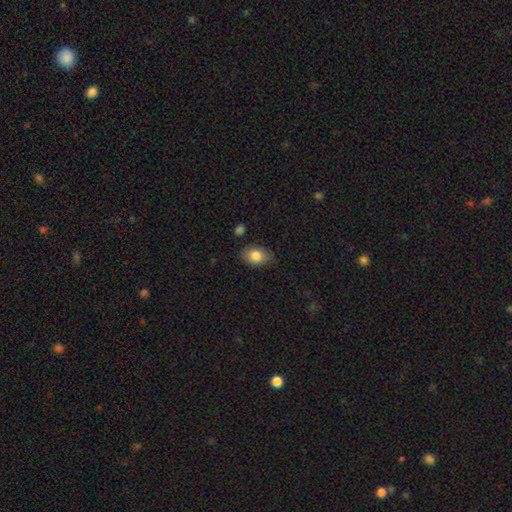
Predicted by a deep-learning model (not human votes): Smooth or featured?
  - smooth: 83% *
  - featured or disk: 9%
  - star or artifact: 8%
How rounded?
  - in between: 81% *
  - round: 18%
  - cigar-shaped: 1%
Merging?
  - none: 81% *
  - minor disturbance: 15%
  - major disturbance: 3%
  - merger: 2%